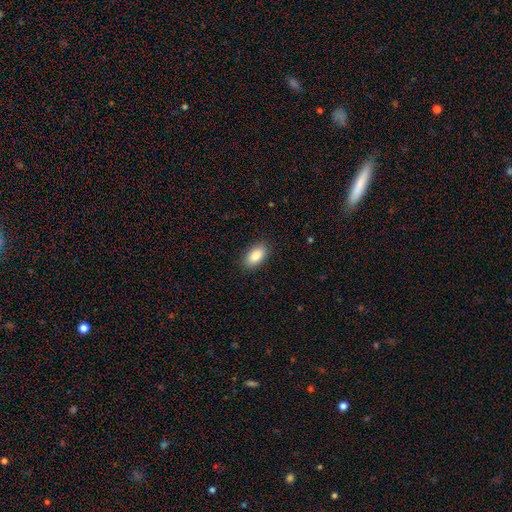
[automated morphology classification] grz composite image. It shows a smooth galaxy with no disk features (86%) that is in between round and cigar-shaped (93%). Merging: none (88%).